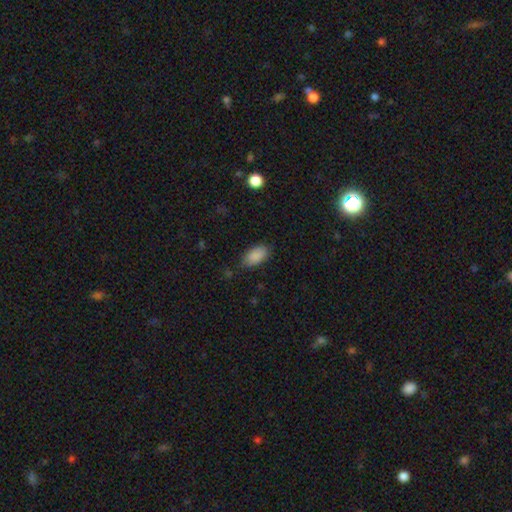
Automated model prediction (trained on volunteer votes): Morphology: type=smooth (89%); roundness=in between (93%); merging=none (80%).